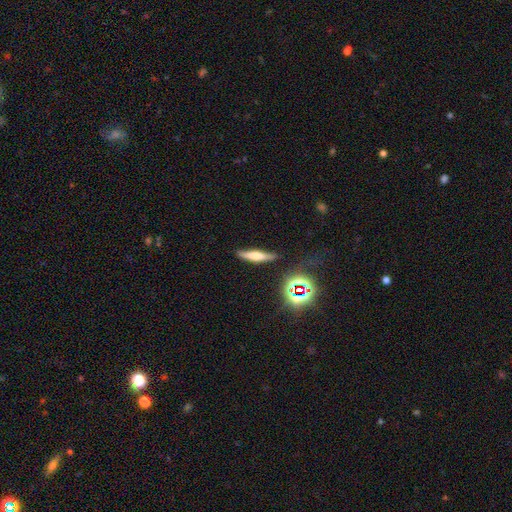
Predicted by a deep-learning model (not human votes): smooth-or-featured: smooth: 50% | featured or disk: 37% | star or artifact: 13%
  merging: none: 81% | minor disturbance: 12% | major disturbance: 4% | merger: 3%